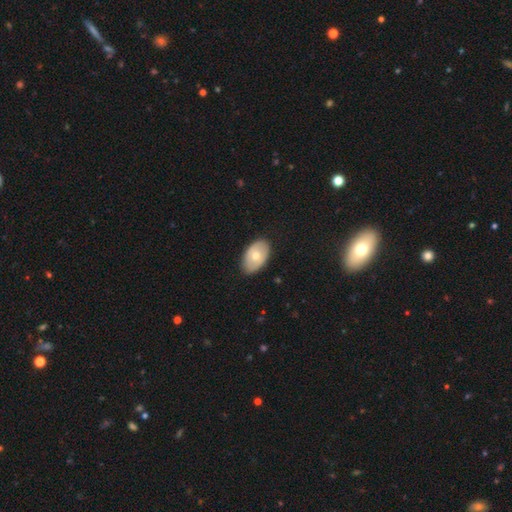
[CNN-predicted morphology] type=smooth (62%); roundness=in between (91%); merging=none (84%).